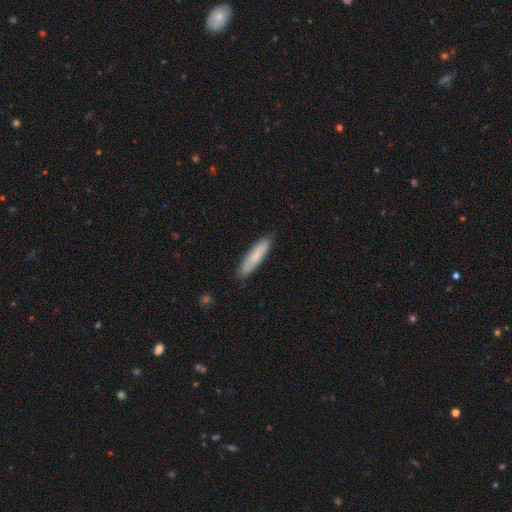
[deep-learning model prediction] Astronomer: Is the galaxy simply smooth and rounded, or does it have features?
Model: smooth — 77%.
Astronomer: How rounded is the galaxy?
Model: cigar-shaped — 79%.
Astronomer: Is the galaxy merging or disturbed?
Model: none — 85%.